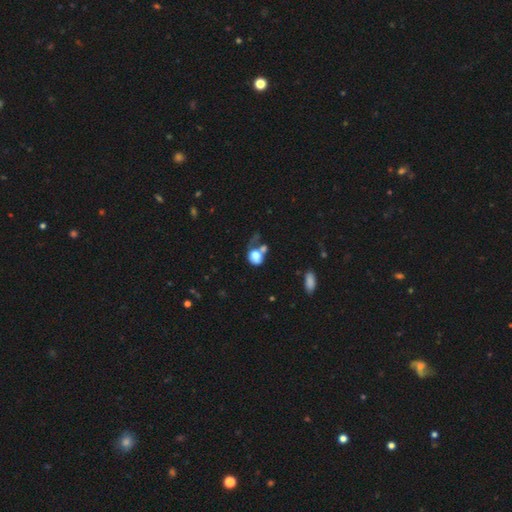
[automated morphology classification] Overall: smooth (74%). How rounded: in between (50%; round 48%). Merging: merger (38%; major disturbance 24%).